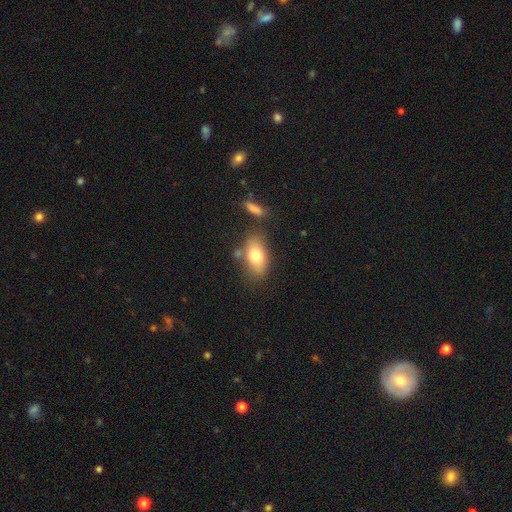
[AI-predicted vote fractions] Smooth or featured?
  - smooth: 74% *
  - featured or disk: 18%
  - star or artifact: 8%
How rounded?
  - in between: 86% *
  - round: 9%
  - cigar-shaped: 6%
Merging?
  - none: 68% *
  - minor disturbance: 16%
  - merger: 11%
  - major disturbance: 5%